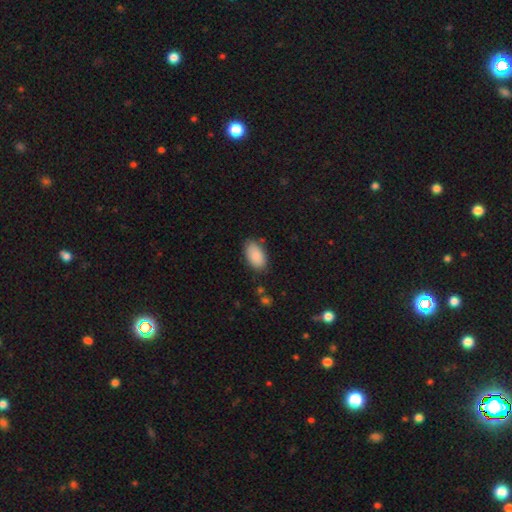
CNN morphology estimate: A smooth galaxy with no disk features (88%) that is in between round and cigar-shaped (94%). Merging: none (80%).